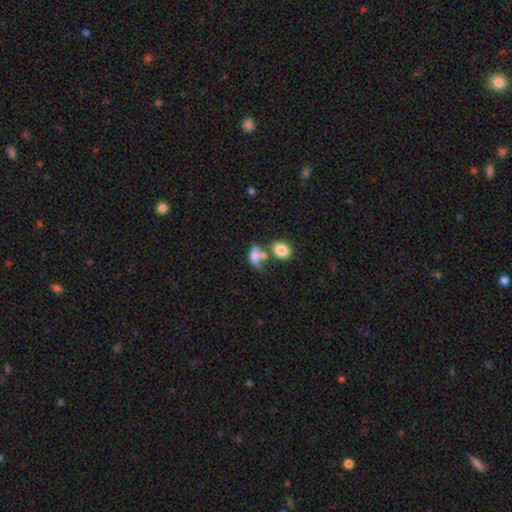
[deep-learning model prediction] The model was most divided on "merging": merger: 46%, none: 25%, major disturbance: 14%, minor disturbance: 14%. More confident: how rounded — in between (77%); smooth or featured — smooth (66%).